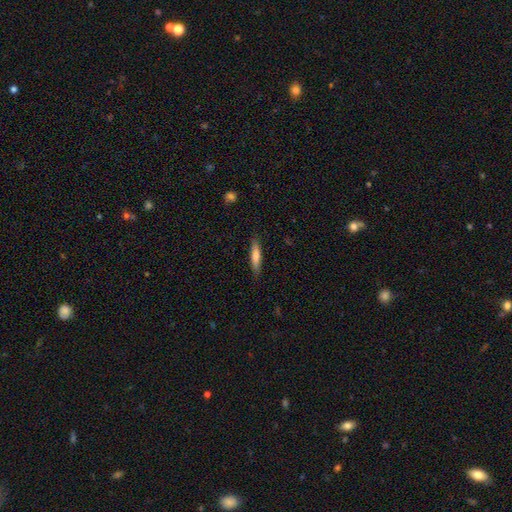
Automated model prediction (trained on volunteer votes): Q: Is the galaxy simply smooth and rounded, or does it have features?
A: smooth — 69%.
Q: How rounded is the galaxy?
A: cigar-shaped — 82%.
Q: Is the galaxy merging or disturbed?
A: none — 87%.